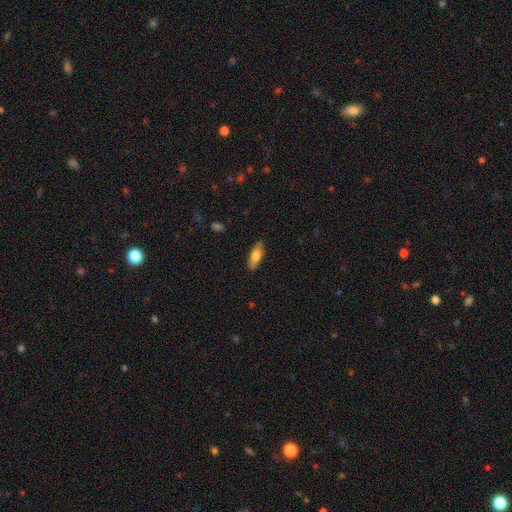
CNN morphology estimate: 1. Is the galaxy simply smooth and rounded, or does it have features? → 72% smooth, 22% featured or disk, 6% star or artifact.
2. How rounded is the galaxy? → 61% in between, 37% cigar-shaped, 2% round.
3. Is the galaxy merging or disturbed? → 86% none, 10% minor disturbance, 2% major disturbance, 1% merger.